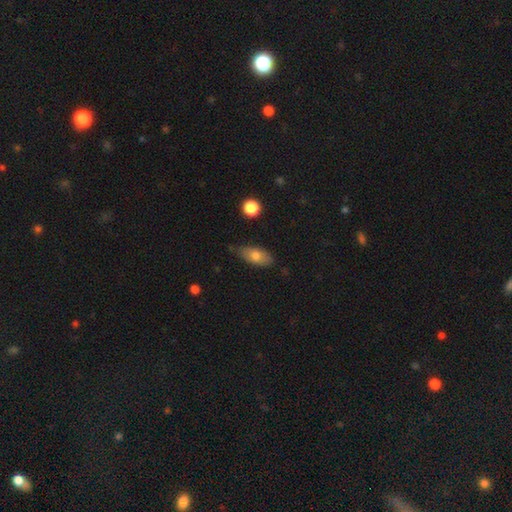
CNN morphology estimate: Smooth or featured? Predicted: smooth (p=0.72). How rounded? Predicted: in between (p=0.86). Merging? Predicted: none (p=0.70).